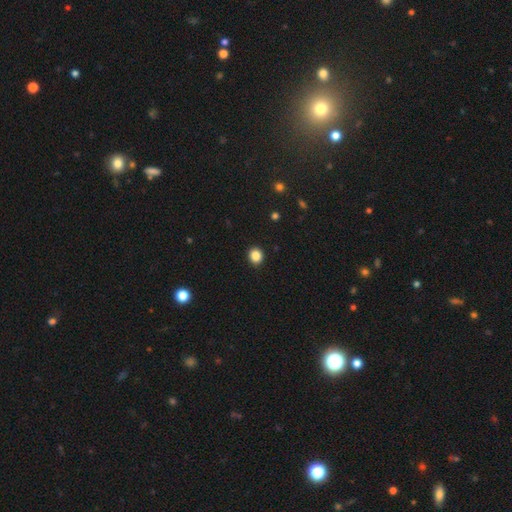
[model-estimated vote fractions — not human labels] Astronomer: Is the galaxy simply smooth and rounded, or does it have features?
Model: smooth — 86%.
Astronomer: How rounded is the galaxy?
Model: round — 81%.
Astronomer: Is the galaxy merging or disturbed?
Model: none — 92%.